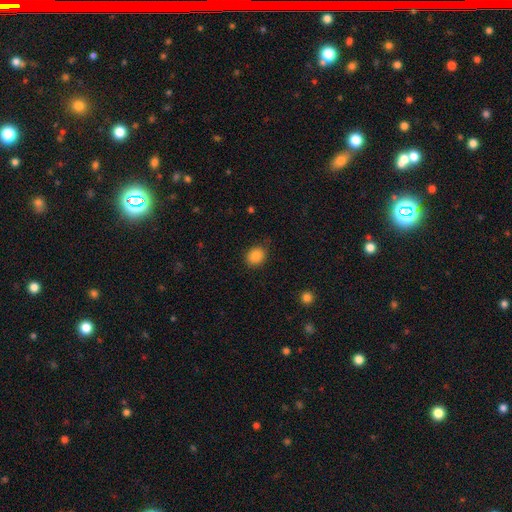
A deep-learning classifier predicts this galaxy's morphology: Smooth or featured: smooth — 85% (star or artifact — 10%)
How rounded: round — 60% (in between — 39%)
Merging: none — 85% (minor disturbance — 12%)